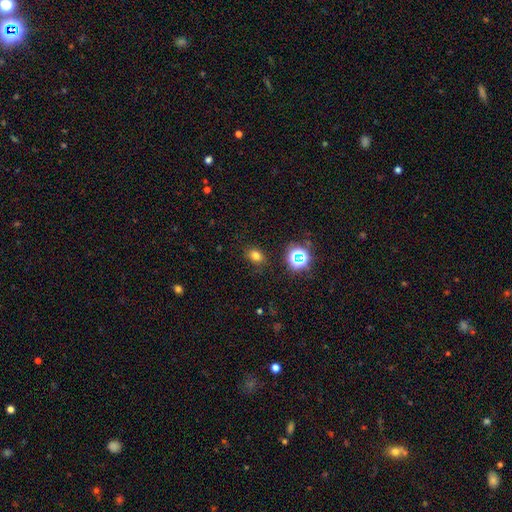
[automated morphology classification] Smooth or featured? smooth (72%)
How rounded? in between (58%)
Merging? none (83%)